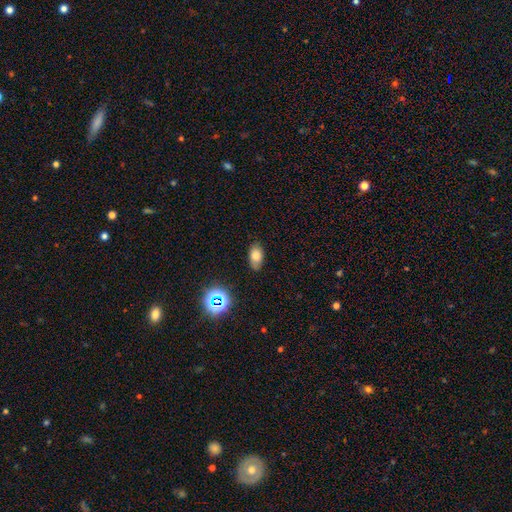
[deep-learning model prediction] This appears to be a smooth galaxy with no disk features (77%) that is in between round and cigar-shaped (90%). Merging: none (81%).